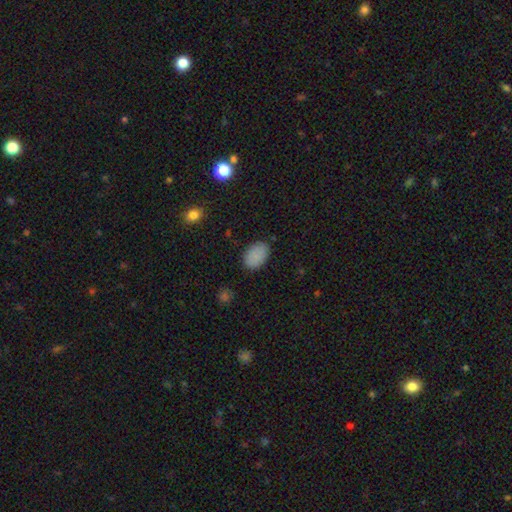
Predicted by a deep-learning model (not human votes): Smooth or featured?
  - smooth: 87% *
  - star or artifact: 8%
  - featured or disk: 5%
How rounded?
  - in between: 89% *
  - round: 10%
  - cigar-shaped: 1%
Merging?
  - none: 85% *
  - minor disturbance: 11%
  - major disturbance: 3%
  - merger: 1%